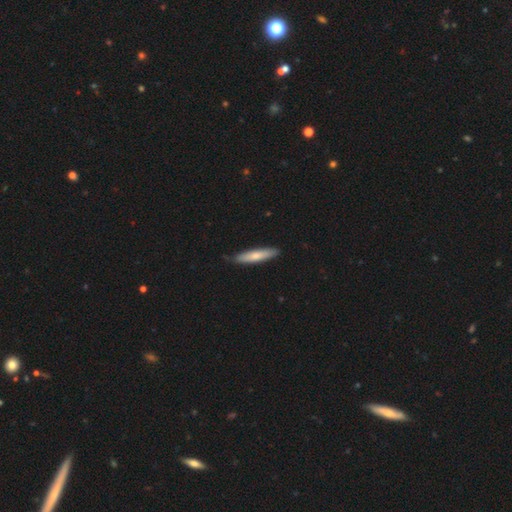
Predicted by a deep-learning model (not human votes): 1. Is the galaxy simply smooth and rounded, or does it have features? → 70% smooth, 25% featured or disk, 5% star or artifact.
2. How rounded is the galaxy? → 85% cigar-shaped, 14% in between, 1% round.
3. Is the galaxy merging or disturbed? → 84% none, 13% minor disturbance, 2% major disturbance, 1% merger.